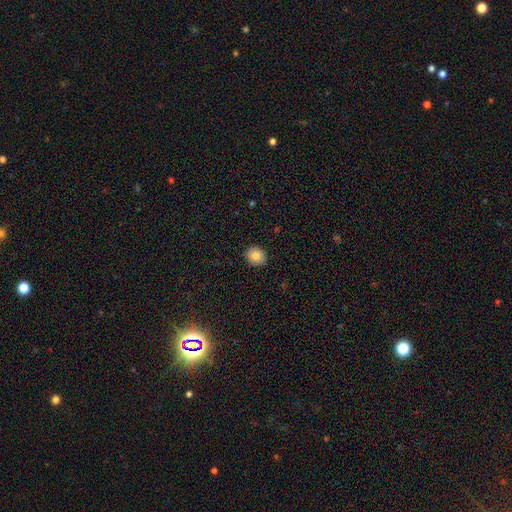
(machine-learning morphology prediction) type=smooth (85%); roundness=round (82%); merging=none (91%).